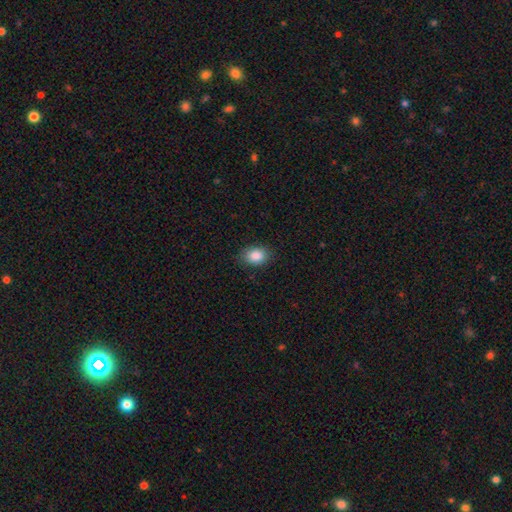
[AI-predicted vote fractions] A smooth galaxy with no disk features (88%) that is in between round and cigar-shaped (72%).

Vote fractions:
- Smooth or featured? smooth: 88% / star or artifact: 8% / featured or disk: 4%
- How rounded? in between: 72% / round: 27% / cigar-shaped: 1%
- Merging? none: 85% / minor disturbance: 12% / major disturbance: 3% / merger: 1%